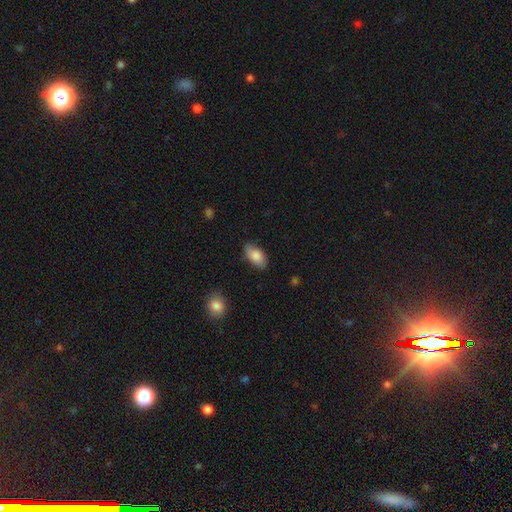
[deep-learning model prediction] Smooth or featured? Predicted: smooth (p=0.82). How rounded? Predicted: in between (p=0.93). Merging? Predicted: none (p=0.75).